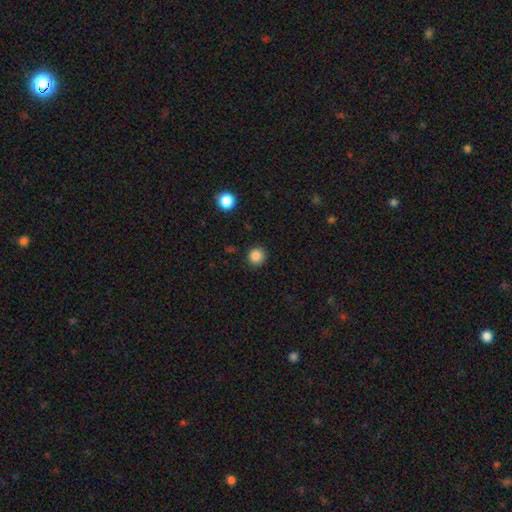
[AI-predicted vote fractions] A smooth galaxy with no disk features (86%) that is round (93%).

Vote fractions:
- Smooth or featured? smooth: 86% / star or artifact: 11% / featured or disk: 3%
- How rounded? round: 93% / in between: 6% / cigar-shaped: 1%
- Merging? none: 91% / minor disturbance: 6% / major disturbance: 2% / merger: 1%